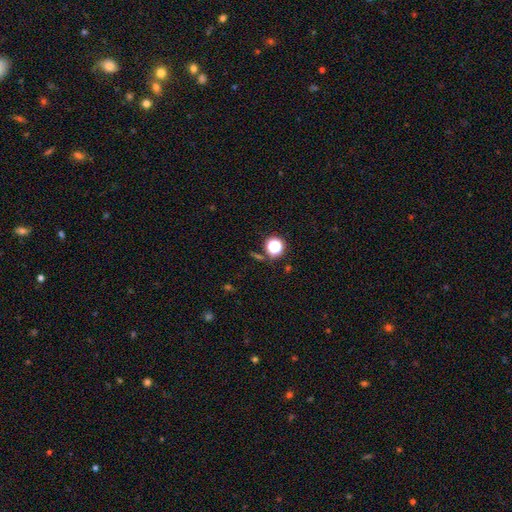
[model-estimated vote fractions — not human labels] smooth-or-featured: star or artifact: 64% | smooth: 28% | featured or disk: 8%